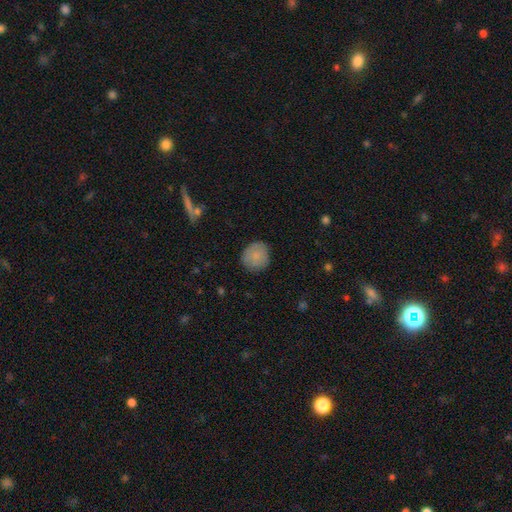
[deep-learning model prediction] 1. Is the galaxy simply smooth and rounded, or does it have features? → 84% smooth, 9% featured or disk, 8% star or artifact.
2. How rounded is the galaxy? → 88% round, 11% in between, 1% cigar-shaped.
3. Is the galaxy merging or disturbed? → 85% none, 11% minor disturbance, 3% major disturbance, 1% merger.